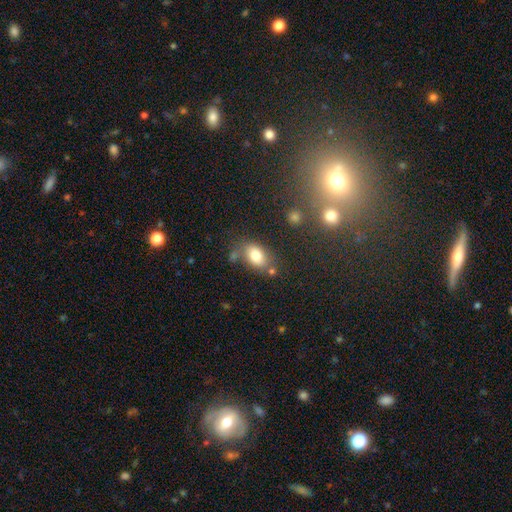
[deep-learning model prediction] Overall: smooth (79%). How rounded: in between (85%). Merging: none (65%).